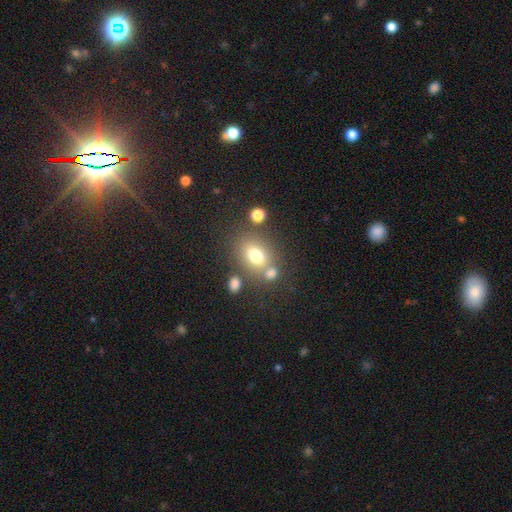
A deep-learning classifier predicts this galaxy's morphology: The model was most divided on "how rounded": in between: 59%, round: 39%, cigar-shaped: 1%. More confident: smooth or featured — smooth (73%); merging — none (61%).